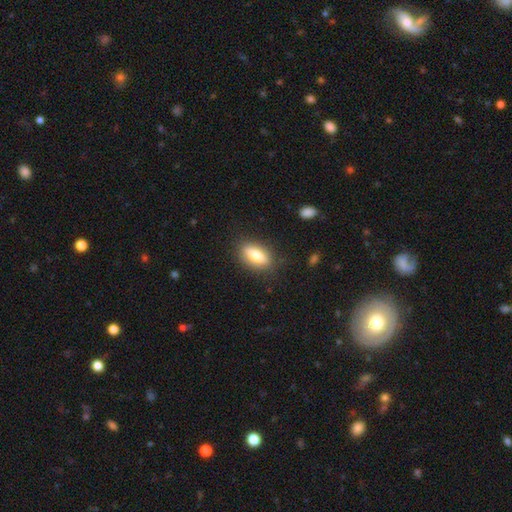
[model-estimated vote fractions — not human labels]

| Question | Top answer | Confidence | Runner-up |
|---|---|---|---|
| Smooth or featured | smooth | 69% | featured or disk (23%) |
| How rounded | in between | 77% | cigar-shaped (18%) |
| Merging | none | 84% | minor disturbance (11%) |